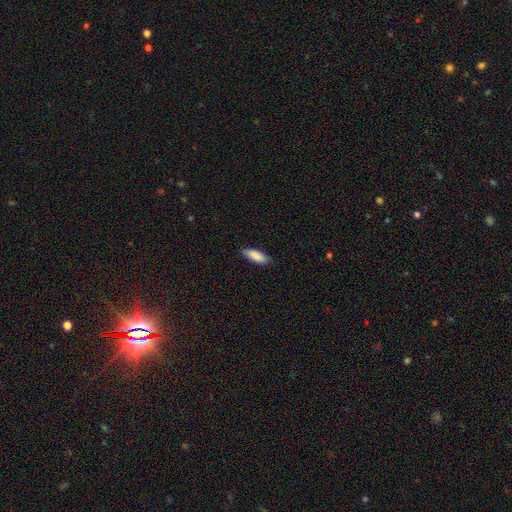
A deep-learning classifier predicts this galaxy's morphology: Q: Smooth or featured?
A: smooth (89%); runner-up: featured or disk (6%)
Q: How rounded?
A: in between (63%); runner-up: cigar-shaped (35%)
Q: Merging?
A: none (86%); runner-up: minor disturbance (11%)